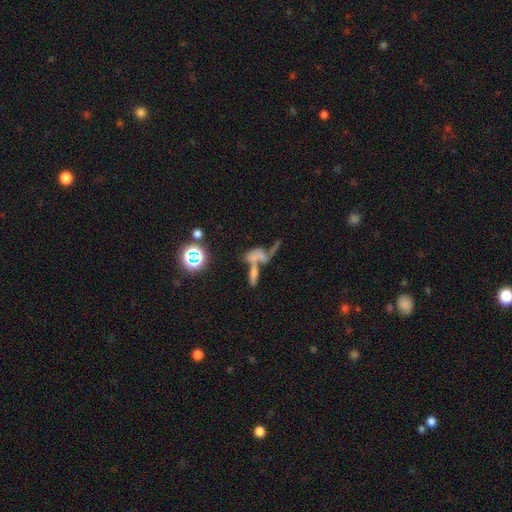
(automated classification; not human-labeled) A featured or disk galaxy (42%).

Vote fractions:
- Smooth or featured? featured or disk: 42% / smooth: 32% / star or artifact: 26%
- Merging? merger: 55% / none: 20% / major disturbance: 16% / minor disturbance: 9%